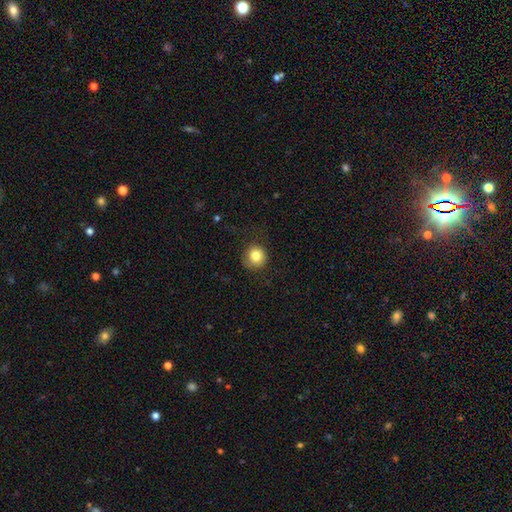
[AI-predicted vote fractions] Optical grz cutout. It shows a smooth galaxy with no disk features (82%) that is round (90%). Merging: none (78%).